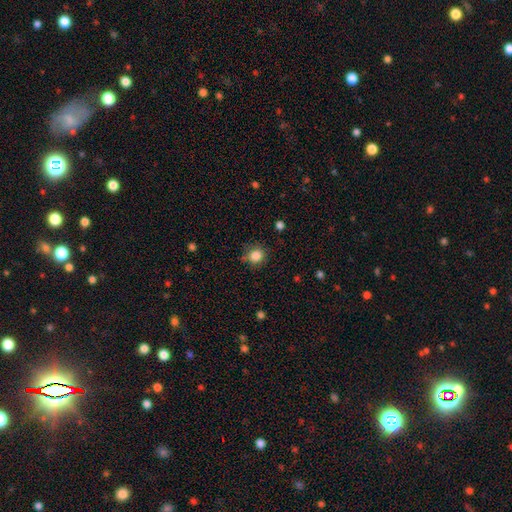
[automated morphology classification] smooth-or-featured: smooth: 85% | star or artifact: 11% | featured or disk: 5%
  how-rounded: round: 83% | in between: 16% | cigar-shaped: 1%
  merging: none: 74% | minor disturbance: 19% | major disturbance: 5% | merger: 2%